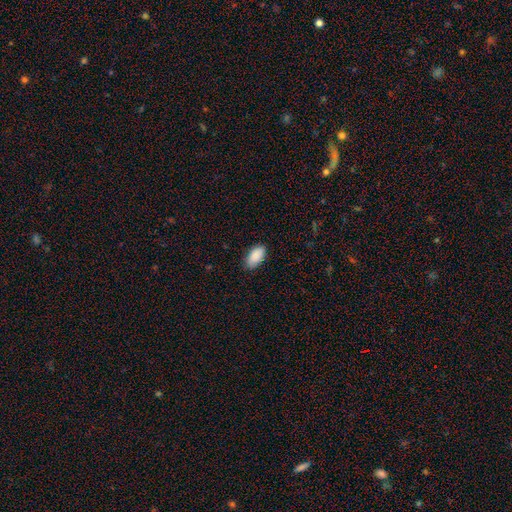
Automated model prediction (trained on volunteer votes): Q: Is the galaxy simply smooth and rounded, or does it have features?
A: smooth — 87%.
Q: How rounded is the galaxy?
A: in between — 94%.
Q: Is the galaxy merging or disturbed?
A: none — 83%.